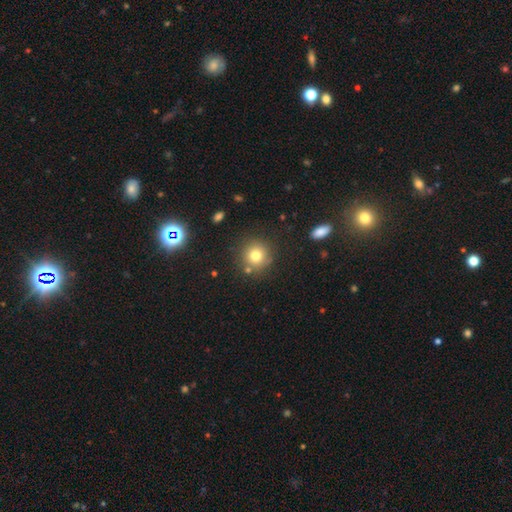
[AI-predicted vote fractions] Q: Smooth or featured?
A: smooth (77%); runner-up: star or artifact (14%)
Q: How rounded?
A: round (93%); runner-up: in between (6%)
Q: Merging?
A: none (81%); runner-up: minor disturbance (9%)